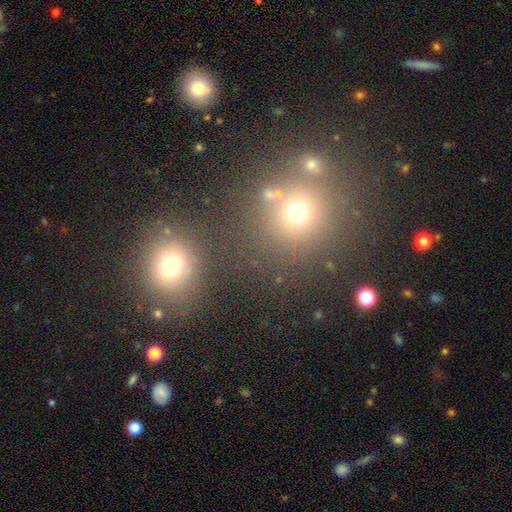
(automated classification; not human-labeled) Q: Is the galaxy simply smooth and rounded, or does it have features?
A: smooth — 52%.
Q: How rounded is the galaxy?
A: round — 87%.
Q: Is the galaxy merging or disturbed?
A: none — 71%.